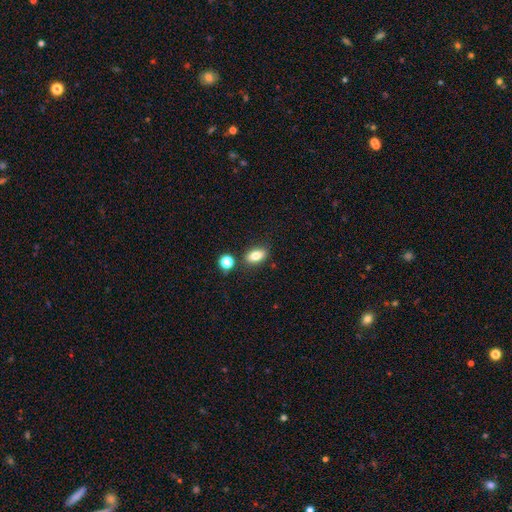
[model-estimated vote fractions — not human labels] smooth-or-featured: smooth: 80% | featured or disk: 10% | star or artifact: 10%
  how-rounded: in between: 84% | round: 10% | cigar-shaped: 6%
  merging: none: 79% | minor disturbance: 11% | merger: 7% | major disturbance: 3%